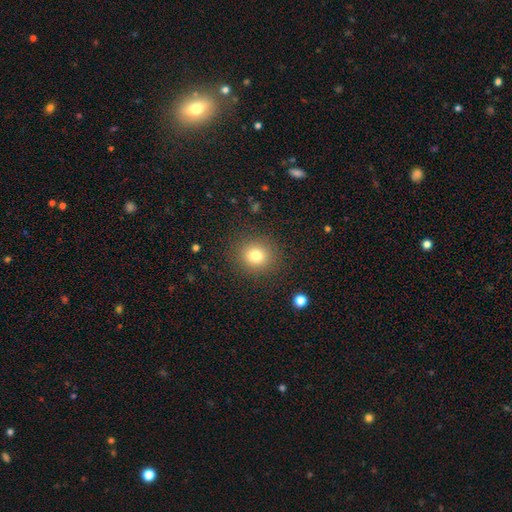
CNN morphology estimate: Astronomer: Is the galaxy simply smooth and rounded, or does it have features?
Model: smooth — 78%.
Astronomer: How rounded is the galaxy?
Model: round — 86%.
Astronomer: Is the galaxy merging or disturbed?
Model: none — 88%.